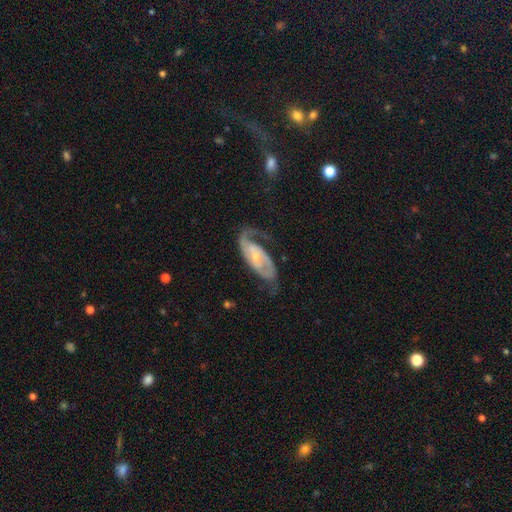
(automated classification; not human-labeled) smooth_or_featured: featured or disk (p=0.84) [alt: smooth p=0.11]
disk_edge_on: no (p=0.94) [alt: yes p=0.06]
bar: no (p=0.54) [alt: weak p=0.32]
has_spiral_arms: yes (p=0.93) [alt: no p=0.07]
spiral_winding: medium (p=0.44) [alt: tight p=0.32]
spiral_arm_count: 2 (p=0.74) [alt: 1 p=0.14]
bulge_size: small (p=0.61) [alt: moderate p=0.34]
merging: none (p=0.54) [alt: major disturbance p=0.22]